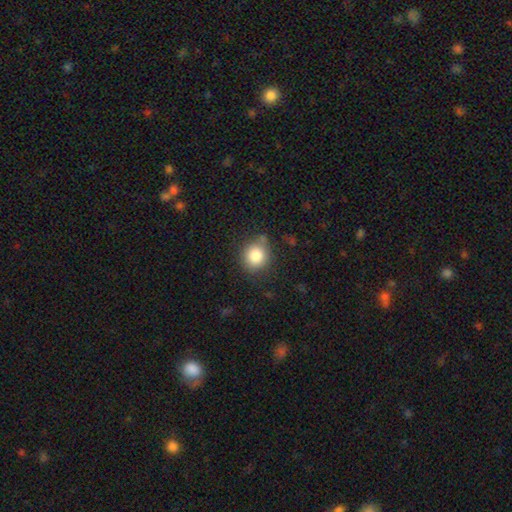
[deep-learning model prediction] Overall: smooth (83%). How rounded: round (82%). Merging: none (77%).